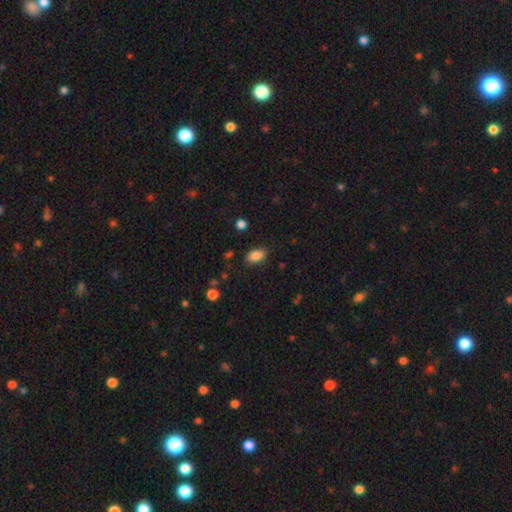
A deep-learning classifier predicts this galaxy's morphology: type=smooth (86%); roundness=in between (91%); merging=none (84%).